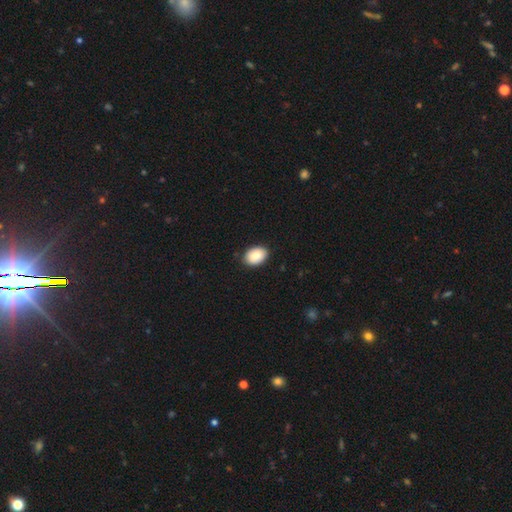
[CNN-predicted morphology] smooth_or_featured: smooth (p=0.87) [alt: star or artifact p=0.07]
how_rounded: in between (p=0.82) [alt: round p=0.17]
merging: none (p=0.88) [alt: minor disturbance p=0.09]